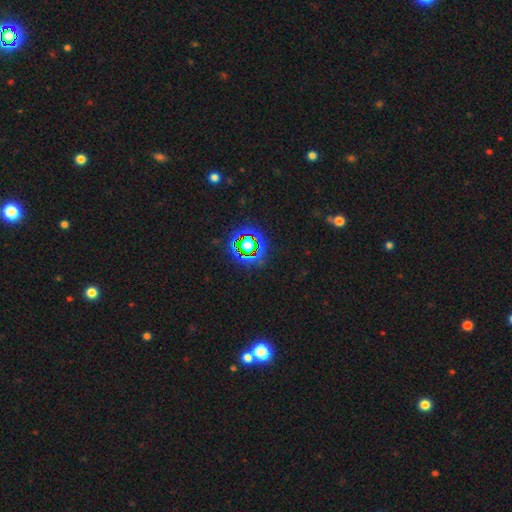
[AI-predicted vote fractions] smooth-or-featured: star or artifact: 72% | smooth: 18% | featured or disk: 10%